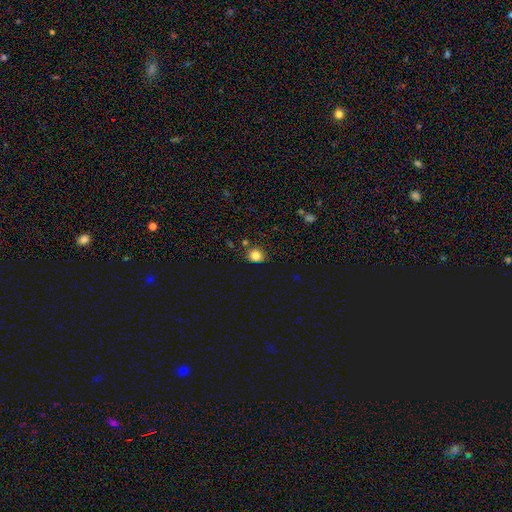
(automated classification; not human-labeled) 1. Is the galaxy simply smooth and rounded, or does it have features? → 83% smooth, 11% star or artifact, 6% featured or disk.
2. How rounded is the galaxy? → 73% round, 26% in between, 1% cigar-shaped.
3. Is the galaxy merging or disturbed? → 74% none, 17% minor disturbance, 5% merger, 4% major disturbance.